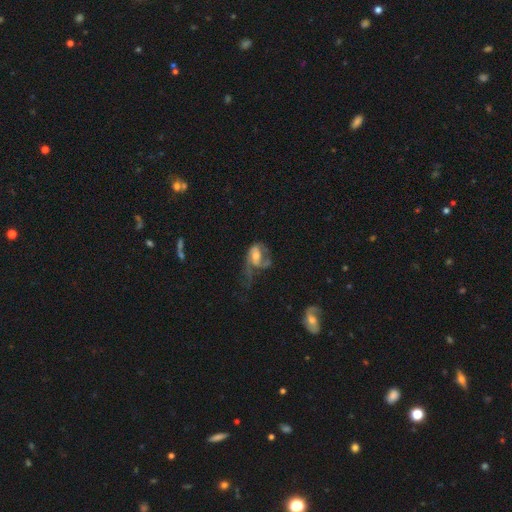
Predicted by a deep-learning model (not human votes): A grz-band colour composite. It shows a featured or disk galaxy (58%) with no bar (58%), spiral arms (61%) and a moderate central bulge (57%). Merging: major disturbance (57%).